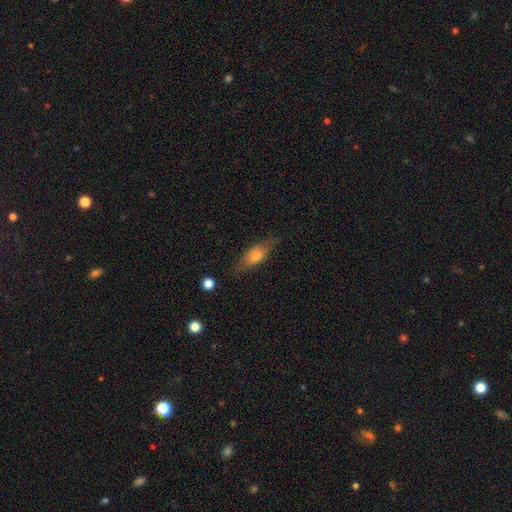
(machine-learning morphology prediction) Overall: smooth (59%; featured or disk 33%). How rounded: in between (60%; cigar-shaped 36%). Merging: none (75%).